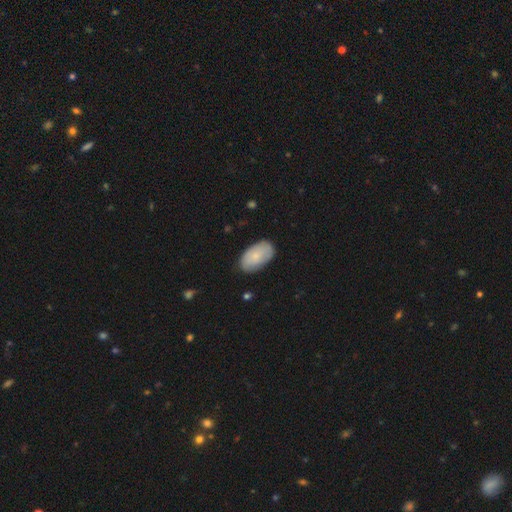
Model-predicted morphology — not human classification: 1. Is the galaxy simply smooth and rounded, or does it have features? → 75% smooth, 19% featured or disk, 6% star or artifact.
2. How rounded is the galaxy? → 94% in between, 4% round, 1% cigar-shaped.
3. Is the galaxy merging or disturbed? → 80% none, 16% minor disturbance, 3% major disturbance, 1% merger.